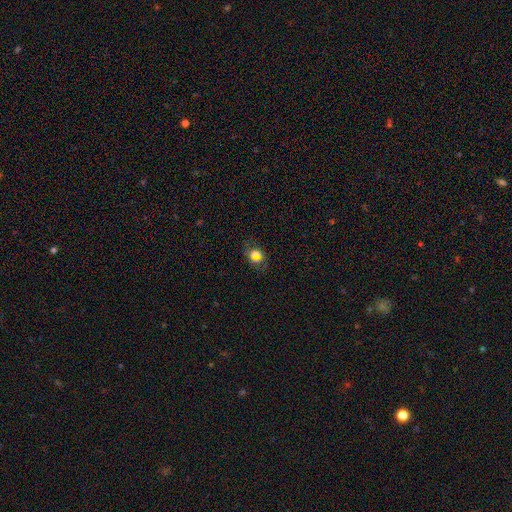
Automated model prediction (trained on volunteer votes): A smooth galaxy with no disk features (50%) that is in between round and cigar-shaped (63%).

Vote fractions:
- Smooth or featured? smooth: 50% / star or artifact: 34% / featured or disk: 16%
- How rounded? in between: 63% / round: 34% / cigar-shaped: 4%
- Merging? none: 76% / minor disturbance: 14% / major disturbance: 6% / merger: 3%